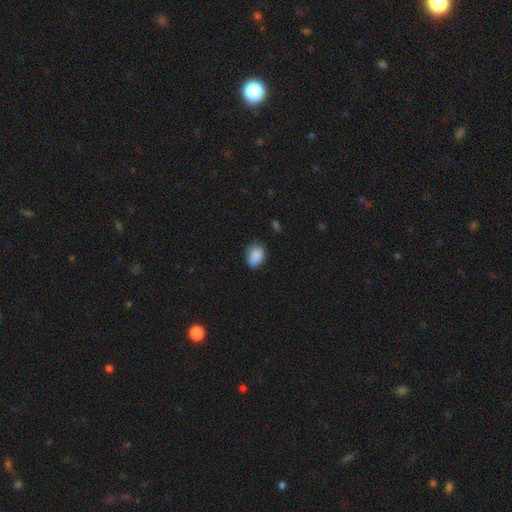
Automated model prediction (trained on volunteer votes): This appears to be a smooth galaxy with no disk features (89%) that is in between round and cigar-shaped (75%). Merging: none (76%).